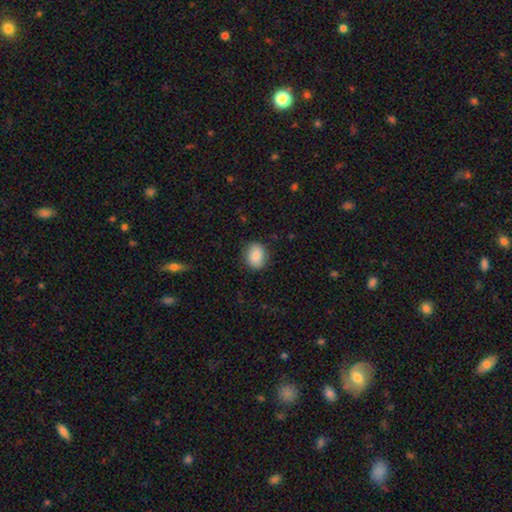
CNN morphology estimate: Q: Smooth or featured?
A: smooth (83%); runner-up: featured or disk (9%)
Q: How rounded?
A: round (53%); runner-up: in between (46%)
Q: Merging?
A: none (86%); runner-up: minor disturbance (11%)